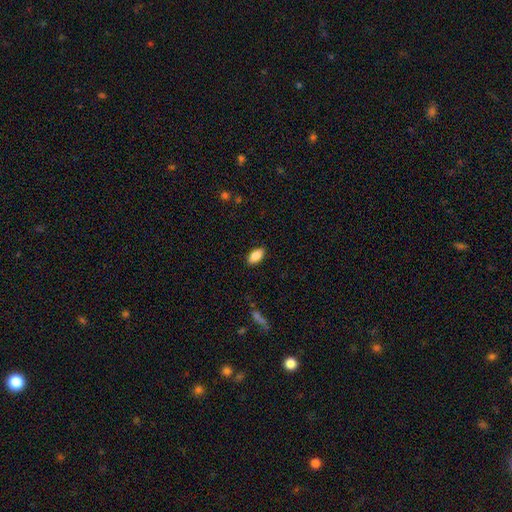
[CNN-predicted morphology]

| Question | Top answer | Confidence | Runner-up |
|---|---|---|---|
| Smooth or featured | smooth | 82% | featured or disk (10%) |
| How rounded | in between | 91% | cigar-shaped (5%) |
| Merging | none | 88% | minor disturbance (9%) |